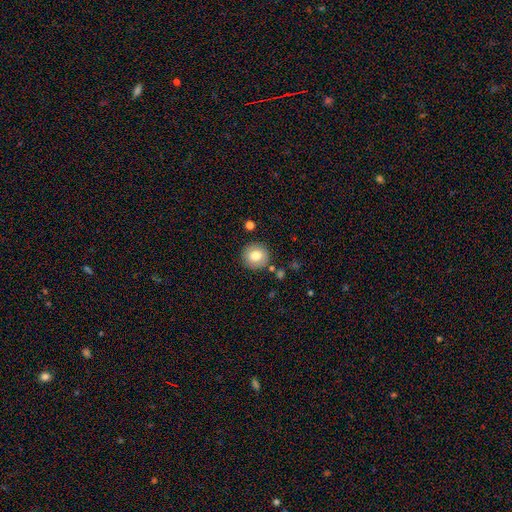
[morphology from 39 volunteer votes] Smooth or featured? 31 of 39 (79%) said smooth. How rounded? 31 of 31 (100%) said round. Merging? 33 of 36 (92%) said none.